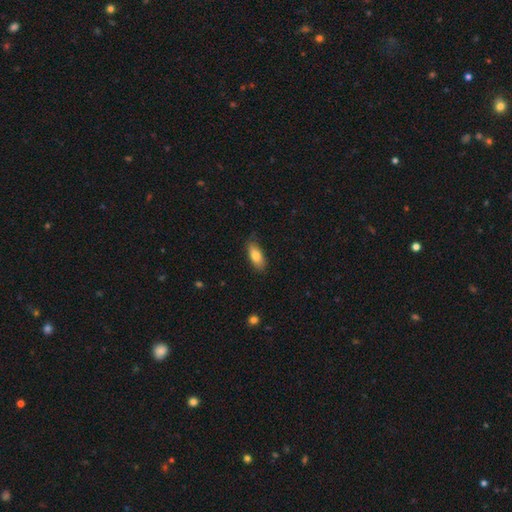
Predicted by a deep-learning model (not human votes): Overall: smooth (80%). How rounded: in between (78%). Merging: none (81%).